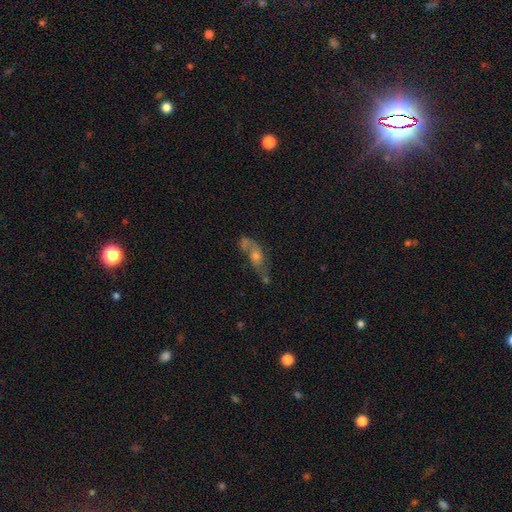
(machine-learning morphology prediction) featured or disk 55%, smooth 32%, star or artifact 13%. Down the decision tree: edge-on disk — no (84%); merging — none (37%).